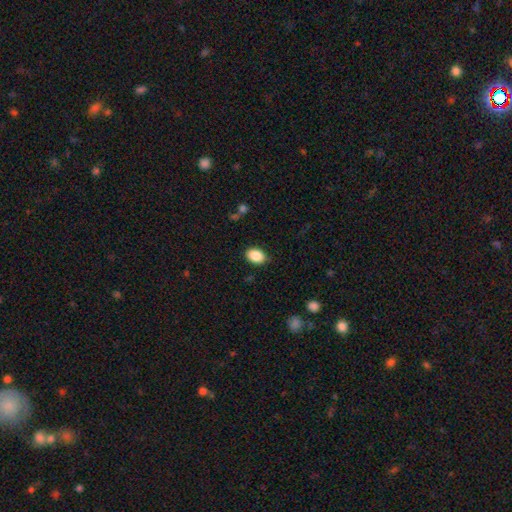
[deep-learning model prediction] smooth_or_featured: smooth (p=0.88) [alt: star or artifact p=0.08]
how_rounded: in between (p=0.80) [alt: round p=0.19]
merging: none (p=0.86) [alt: minor disturbance p=0.10]